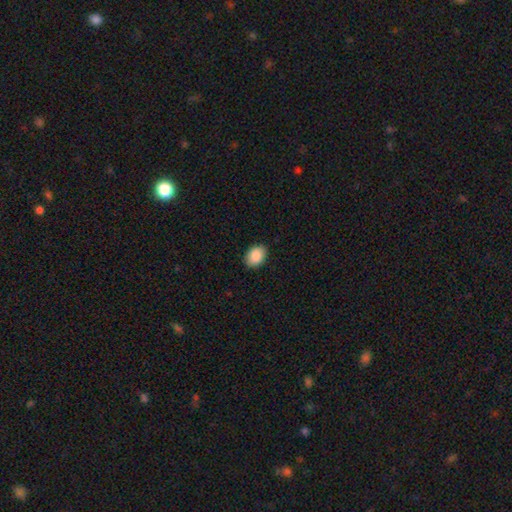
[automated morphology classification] This appears to be a smooth galaxy with no disk features (90%) that is in between round and cigar-shaped (79%). Merging: none (87%).